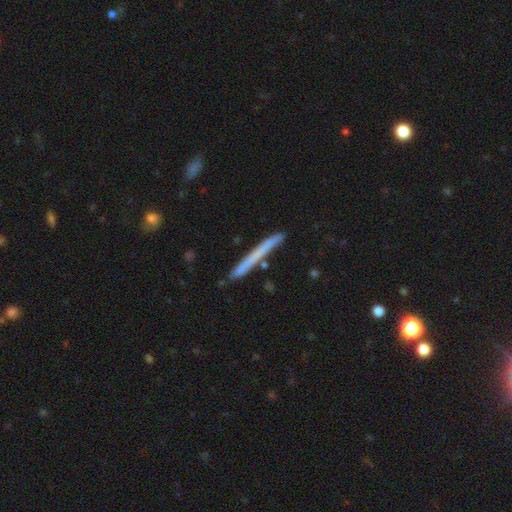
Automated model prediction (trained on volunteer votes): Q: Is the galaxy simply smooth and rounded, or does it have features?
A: smooth — 57%.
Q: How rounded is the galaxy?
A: cigar-shaped — 97%.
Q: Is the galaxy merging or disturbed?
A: none — 87%.